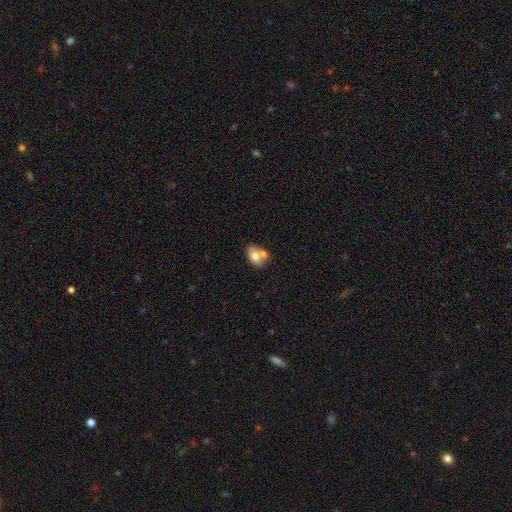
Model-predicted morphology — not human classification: A smooth galaxy with no disk features (71%) that is in between round and cigar-shaped (72%).

Vote fractions:
- Smooth or featured? smooth: 71% / featured or disk: 21% / star or artifact: 8%
- How rounded? in between: 72% / round: 27% / cigar-shaped: 1%
- Merging? merger: 42% / none: 38% / minor disturbance: 15% / major disturbance: 5%